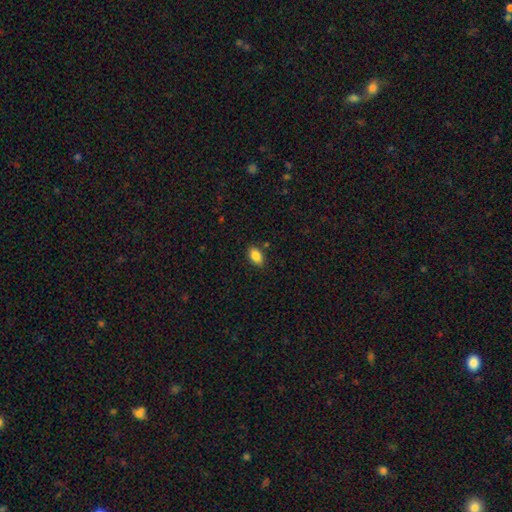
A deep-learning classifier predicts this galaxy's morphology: smooth_or_featured: smooth (p=0.86) [alt: star or artifact p=0.08]
how_rounded: in between (p=0.91) [alt: round p=0.07]
merging: none (p=0.87) [alt: minor disturbance p=0.10]